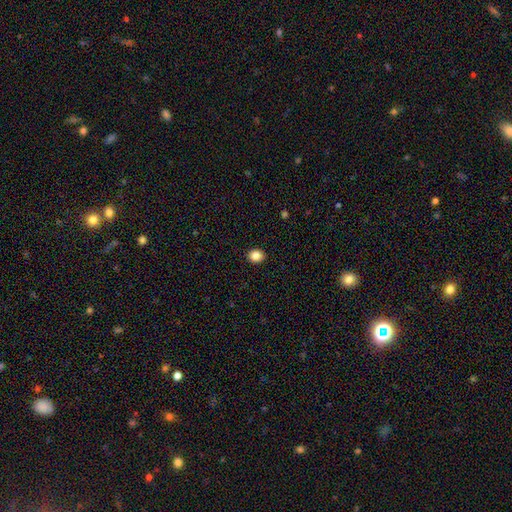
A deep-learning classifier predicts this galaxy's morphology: smooth 86%, star or artifact 10%, featured or disk 4%. Down the decision tree: how rounded — round (60%); merging — none (91%).